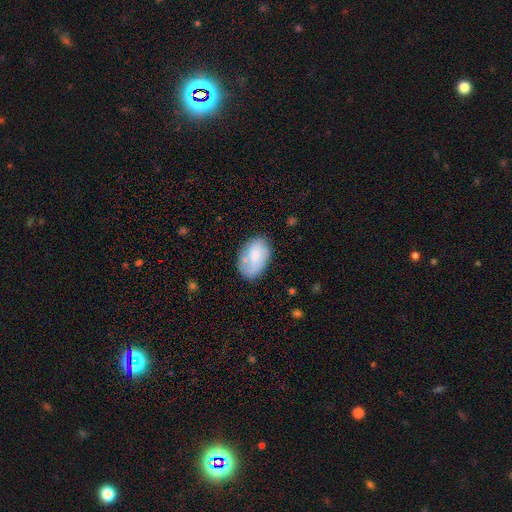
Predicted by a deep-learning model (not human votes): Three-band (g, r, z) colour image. It shows a smooth galaxy with no disk features (72%) that is in between round and cigar-shaped (89%). Merging: none (62%).